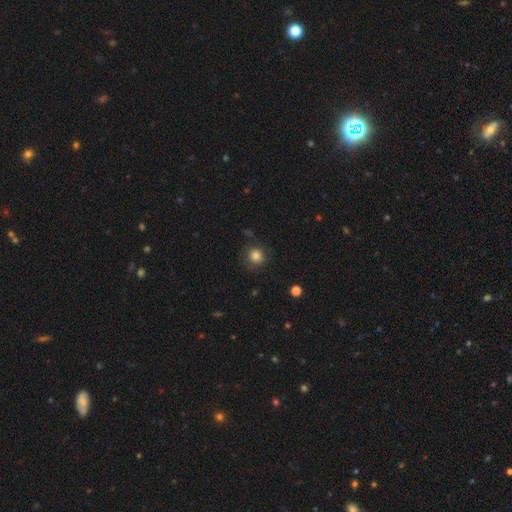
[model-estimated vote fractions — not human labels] This appears to be a smooth galaxy with no disk features (81%) that is round (90%). Merging: none (79%).